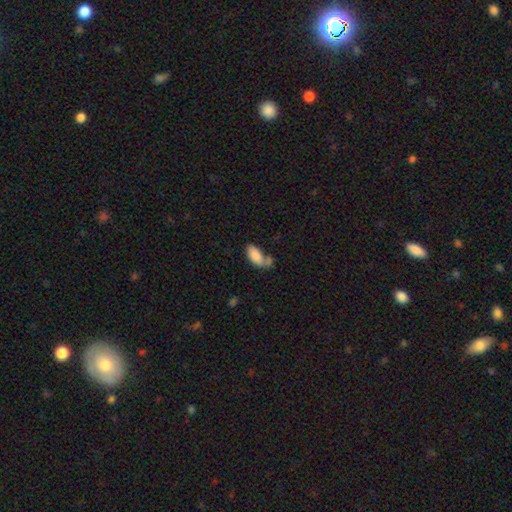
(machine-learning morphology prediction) smooth 85%, featured or disk 8%, star or artifact 7%. Down the decision tree: how rounded — in between (90%); merging — none (42%).